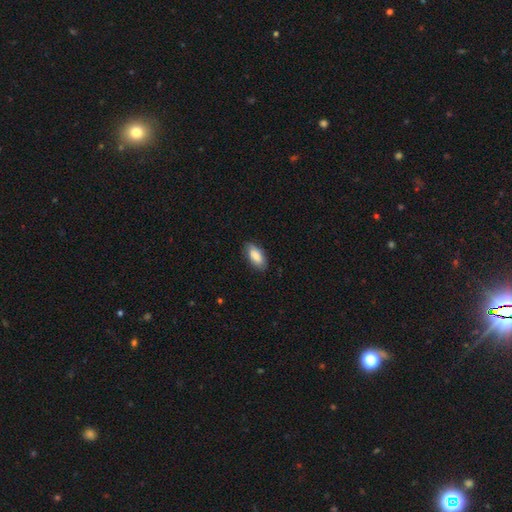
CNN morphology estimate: A smooth galaxy with no disk features (85%) that is in between round and cigar-shaped (90%). Merging: none (80%).